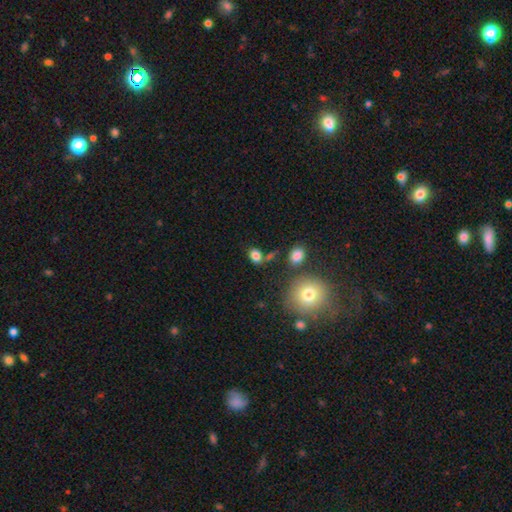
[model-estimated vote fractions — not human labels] Smooth or featured?
  - smooth: 82% *
  - star or artifact: 12%
  - featured or disk: 7%
How rounded?
  - in between: 64% *
  - round: 34%
  - cigar-shaped: 2%
Merging?
  - none: 62% *
  - minor disturbance: 16%
  - merger: 16%
  - major disturbance: 6%